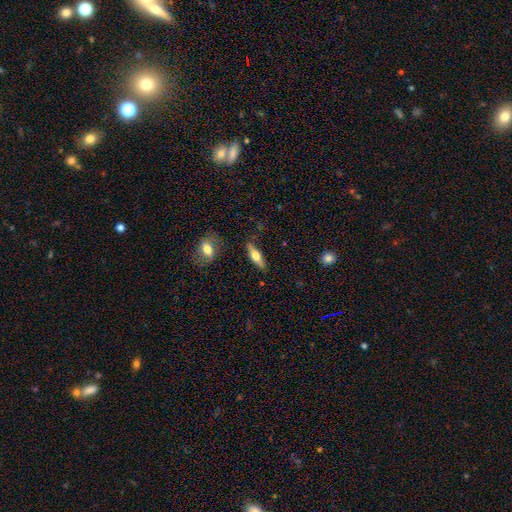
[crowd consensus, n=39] smooth_or_featured: featured or disk (p=0.64) [alt: smooth p=0.33]
disk_edge_on: yes (p=1.00)
edge_on_bulge: rounded (p=1.00)
merging: none (p=1.00)